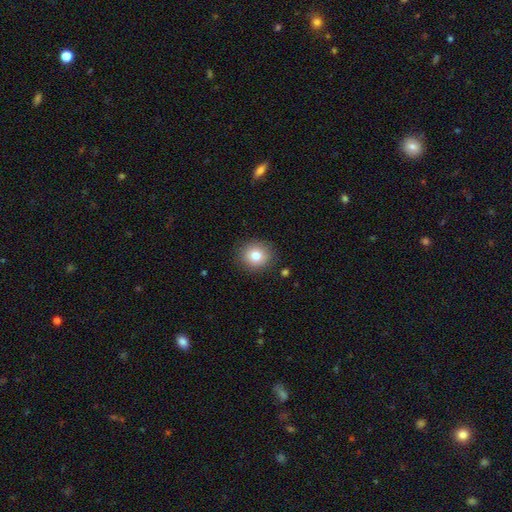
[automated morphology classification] The model was most divided on "smooth or featured": smooth: 78%, star or artifact: 11%, featured or disk: 11%. More confident: merging — none (88%); how rounded — round (85%).